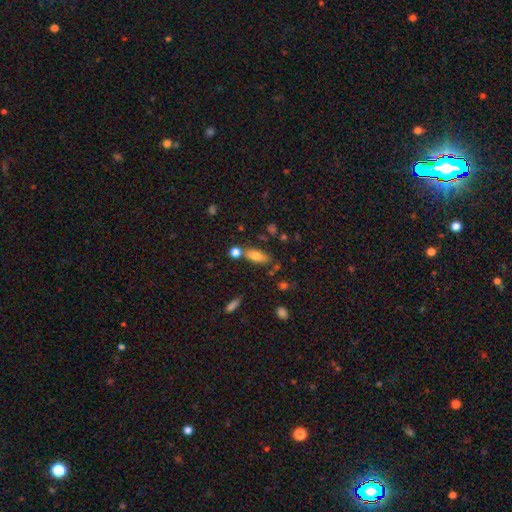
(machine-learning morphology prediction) Smooth or featured?
  - smooth: 72% *
  - featured or disk: 18%
  - star or artifact: 9%
How rounded?
  - in between: 75% *
  - cigar-shaped: 21%
  - round: 4%
Merging?
  - none: 66% *
  - merger: 16%
  - minor disturbance: 14%
  - major disturbance: 4%